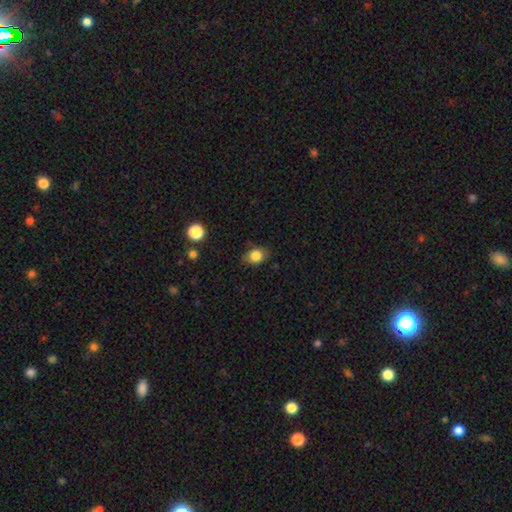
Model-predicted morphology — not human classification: Q: Smooth or featured?
A: smooth (82%); runner-up: star or artifact (10%)
Q: How rounded?
A: round (50%); runner-up: in between (49%)
Q: Merging?
A: none (78%); runner-up: minor disturbance (17%)